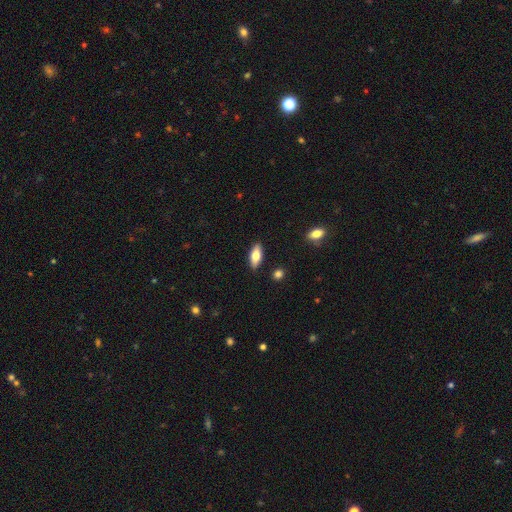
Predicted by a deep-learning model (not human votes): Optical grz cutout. It shows a smooth galaxy with no disk features (71%) that is in between round and cigar-shaped (79%). Merging: none (88%).